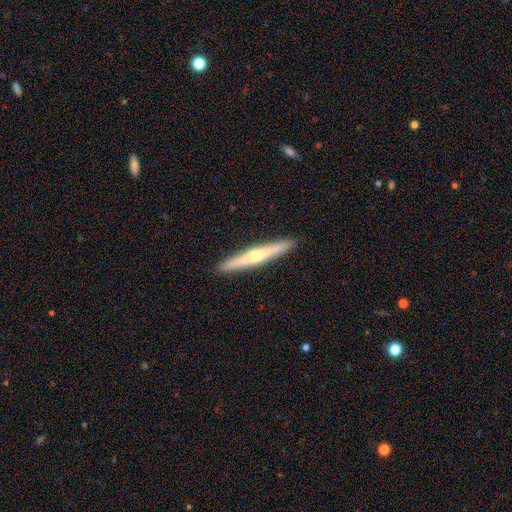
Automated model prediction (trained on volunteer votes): Smooth or featured? Predicted: featured or disk (p=0.59). Edge-on disk? Predicted: yes (p=0.97). Edge-on bulge? Predicted: rounded (p=0.77). Merging? Predicted: none (p=0.92).